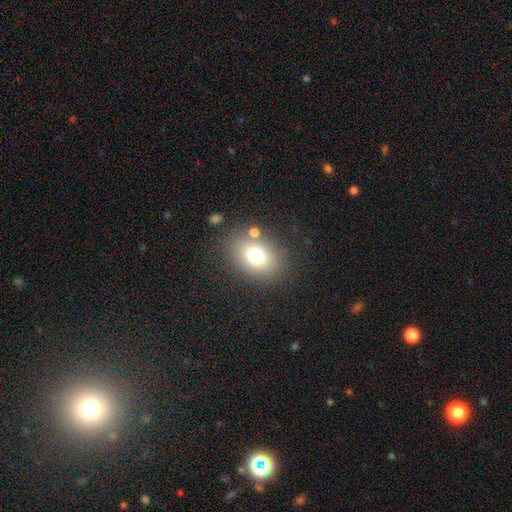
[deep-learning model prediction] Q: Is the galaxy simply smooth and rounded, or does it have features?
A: smooth — 74%.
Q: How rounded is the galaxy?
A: in between — 62%.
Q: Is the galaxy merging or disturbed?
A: none — 77%.